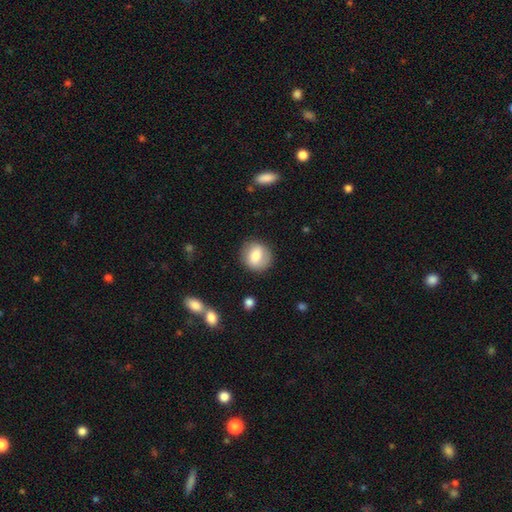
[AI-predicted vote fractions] smooth 74%, featured or disk 18%, star or artifact 8%. Down the decision tree: how rounded — round (79%); merging — none (82%).